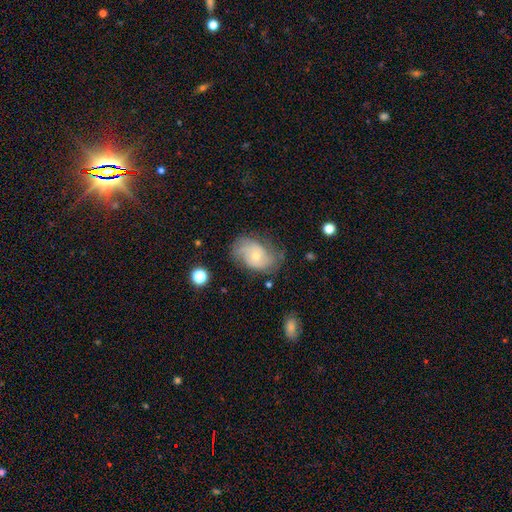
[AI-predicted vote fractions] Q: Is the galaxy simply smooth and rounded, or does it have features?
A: featured or disk — 63%.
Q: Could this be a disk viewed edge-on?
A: no — 96%.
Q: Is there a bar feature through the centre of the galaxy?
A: no — 76%.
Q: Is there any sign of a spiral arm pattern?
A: yes — 85%.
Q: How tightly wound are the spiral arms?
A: tight — 41%.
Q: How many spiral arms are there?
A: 2 — 46%.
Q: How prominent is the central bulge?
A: small — 55%.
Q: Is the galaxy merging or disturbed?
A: none — 60%.